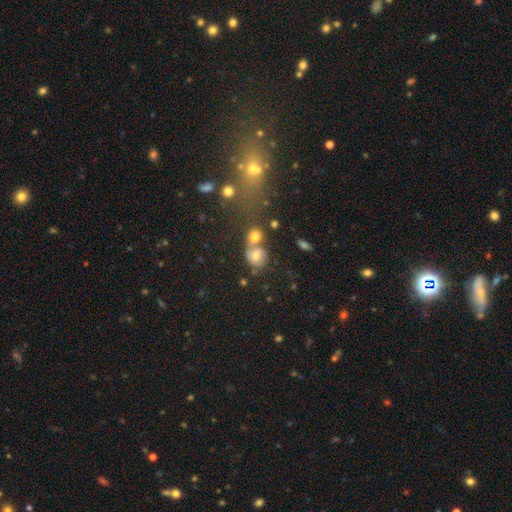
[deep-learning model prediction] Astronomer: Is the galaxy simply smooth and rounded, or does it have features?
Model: smooth — 59%.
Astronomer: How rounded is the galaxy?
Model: round — 69%.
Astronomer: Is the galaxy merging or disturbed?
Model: merger — 46% (runner-up: none, 36%).